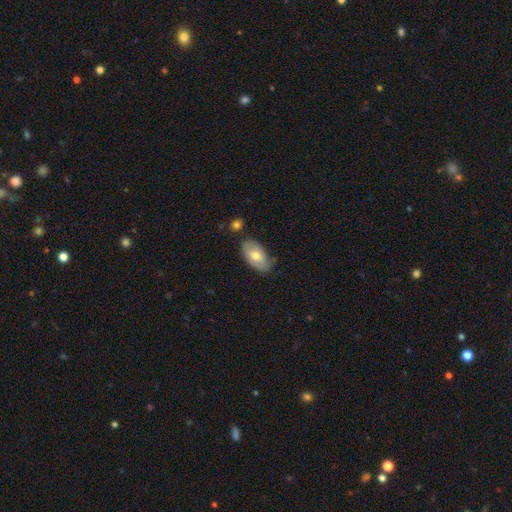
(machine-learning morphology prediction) A smooth galaxy with no disk features (67%) that is in between round and cigar-shaped (94%). Merging: none (72%).